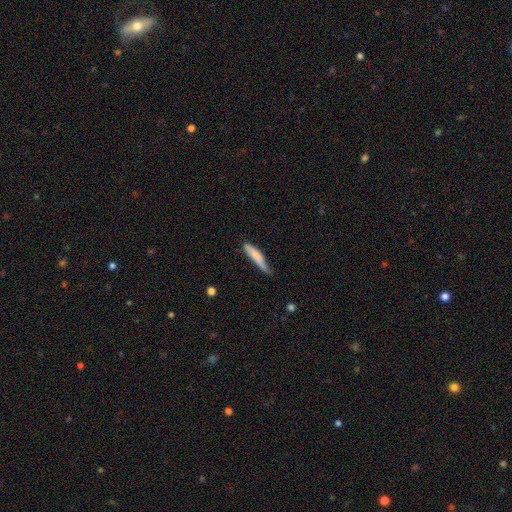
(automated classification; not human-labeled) smooth 75%, featured or disk 19%, star or artifact 6%. Down the decision tree: how rounded — cigar-shaped (88%); merging — none (50%).